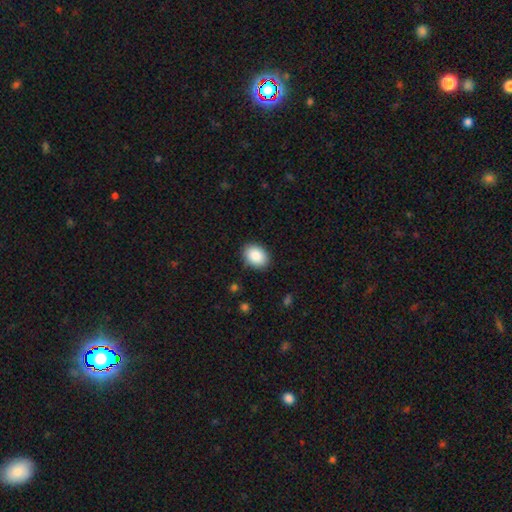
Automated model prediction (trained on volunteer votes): This is clearly a smooth galaxy (89%). How rounded: likely in between (74%). Merging: clearly none (88%).